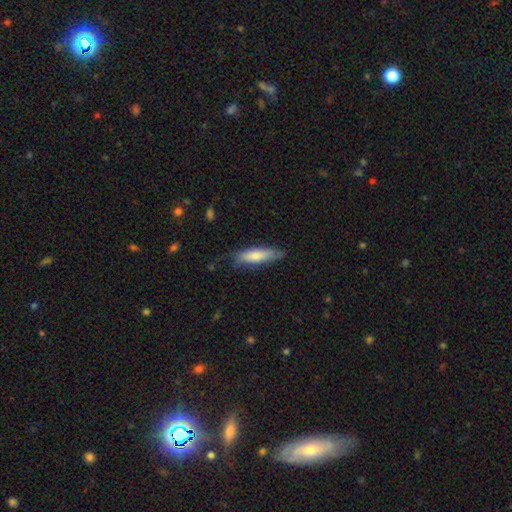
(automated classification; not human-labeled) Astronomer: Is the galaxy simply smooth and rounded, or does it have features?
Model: smooth — 73%.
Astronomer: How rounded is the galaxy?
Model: cigar-shaped — 67%.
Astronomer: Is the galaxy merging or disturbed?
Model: none — 68%.